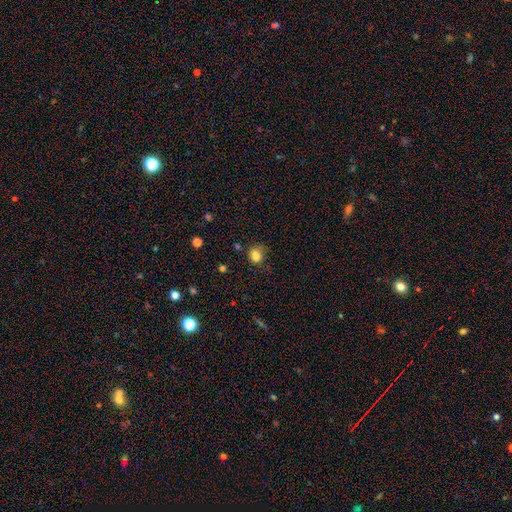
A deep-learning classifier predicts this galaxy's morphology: A smooth galaxy with no disk features (80%) that is round (50%).

Vote fractions:
- Smooth or featured? smooth: 80% / star or artifact: 14% / featured or disk: 7%
- How rounded? round: 50% / in between: 49% / cigar-shaped: 1%
- Merging? none: 57% / minor disturbance: 26% / major disturbance: 12% / merger: 5%